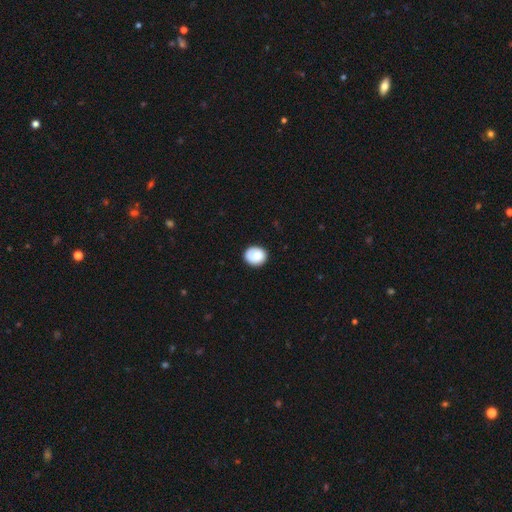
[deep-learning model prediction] The model was most divided on "how rounded": round: 77%, in between: 23%, cigar-shaped: 1%. More confident: smooth or featured — smooth (85%); merging — none (84%).